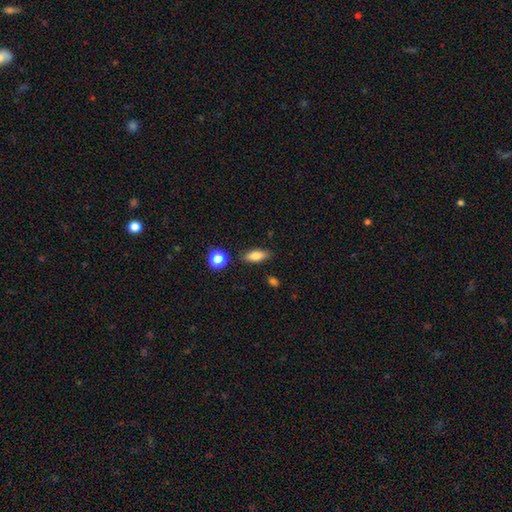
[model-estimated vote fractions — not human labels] Overall: smooth (79%). How rounded: in between (74%). Merging: none (85%).